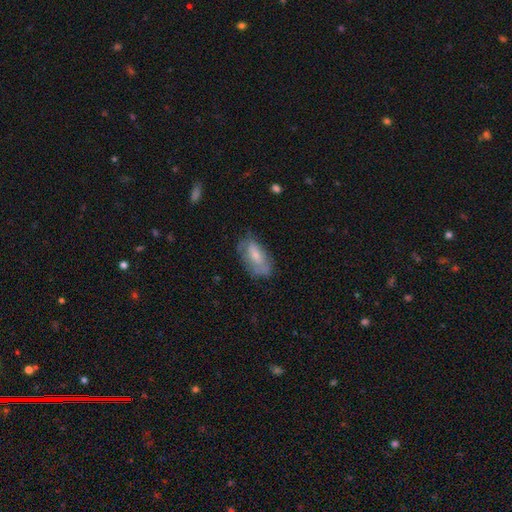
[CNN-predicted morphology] This is possibly a smooth galaxy (57%). How rounded: clearly in between (88%). Merging: possibly none (57%).